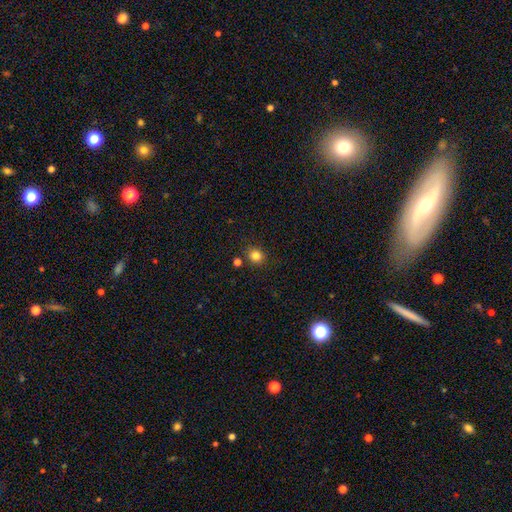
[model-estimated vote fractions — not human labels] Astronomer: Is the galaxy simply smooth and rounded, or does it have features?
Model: smooth — 82%.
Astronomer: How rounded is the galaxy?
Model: round — 85%.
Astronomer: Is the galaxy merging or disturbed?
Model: none — 86%.